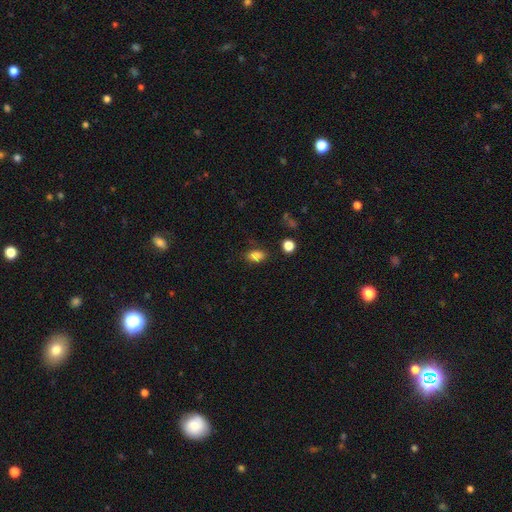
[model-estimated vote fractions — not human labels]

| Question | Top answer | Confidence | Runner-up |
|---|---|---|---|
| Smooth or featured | smooth | 83% | star or artifact (11%) |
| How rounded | in between | 83% | round (13%) |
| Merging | none | 74% | minor disturbance (18%) |